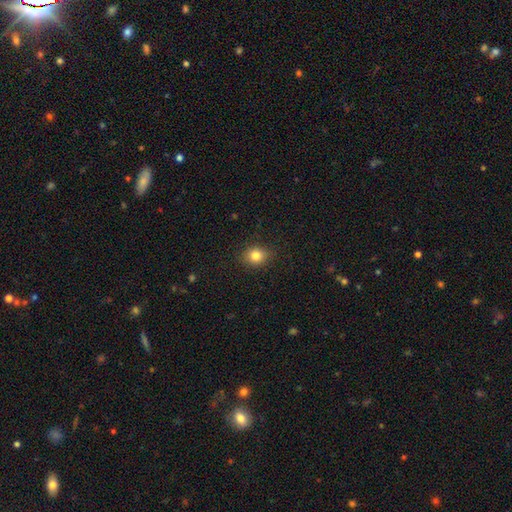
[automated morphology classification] This appears to be a smooth galaxy with no disk features (83%) that is round (66%). Merging: none (88%).